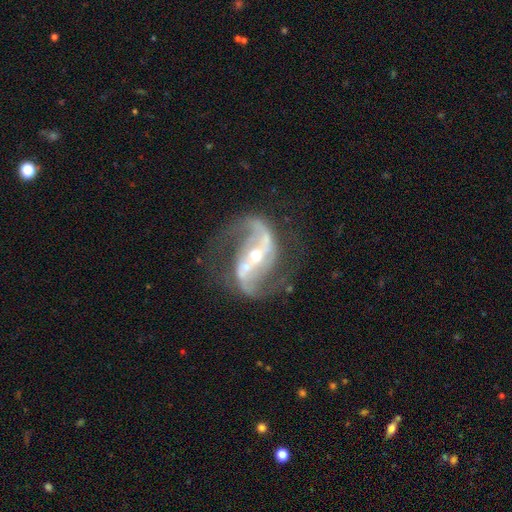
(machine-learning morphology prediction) smooth_or_featured: featured or disk (p=0.91) [alt: star or artifact p=0.06]
disk_edge_on: no (p=0.97) [alt: yes p=0.03]
bar: strong (p=0.51) [alt: weak p=0.28]
has_spiral_arms: yes (p=0.98) [alt: no p=0.02]
spiral_winding: loose (p=0.52) [alt: medium p=0.39]
spiral_arm_count: 2 (p=0.93) [alt: 1 p=0.02]
bulge_size: small (p=0.53) [alt: moderate p=0.43]
merging: none (p=0.72) [alt: minor disturbance p=0.14]